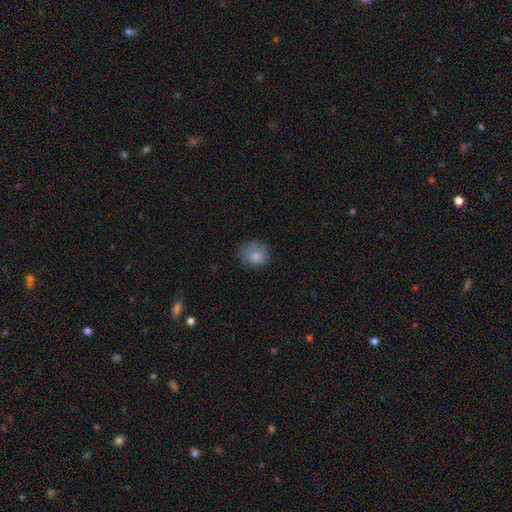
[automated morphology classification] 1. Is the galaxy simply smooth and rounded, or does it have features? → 79% smooth, 11% featured or disk, 9% star or artifact.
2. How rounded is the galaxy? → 72% round, 27% in between, 1% cigar-shaped.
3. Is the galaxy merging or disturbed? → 65% none, 25% minor disturbance, 9% major disturbance, 1% merger.